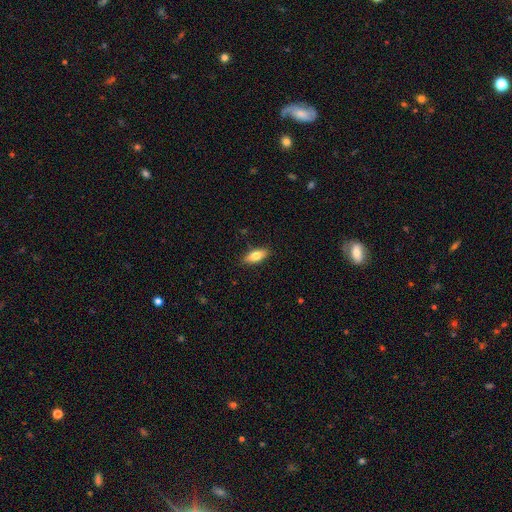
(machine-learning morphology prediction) The model was most divided on "smooth or featured": smooth: 79%, featured or disk: 14%, star or artifact: 7%. More confident: merging — none (87%); how rounded — in between (83%).